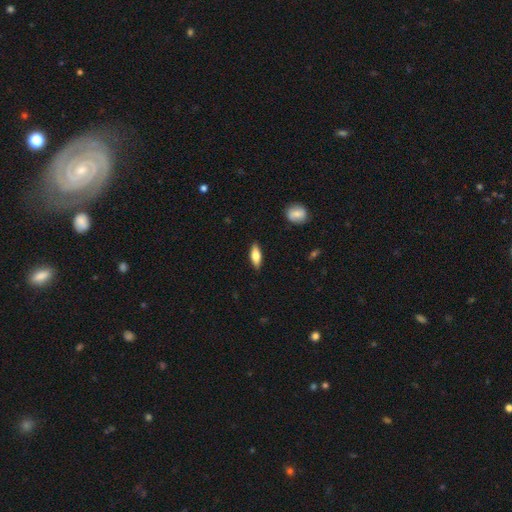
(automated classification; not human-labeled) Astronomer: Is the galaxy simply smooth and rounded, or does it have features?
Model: smooth — 65%.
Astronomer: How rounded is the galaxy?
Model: in between — 65%.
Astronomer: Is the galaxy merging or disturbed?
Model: none — 88%.